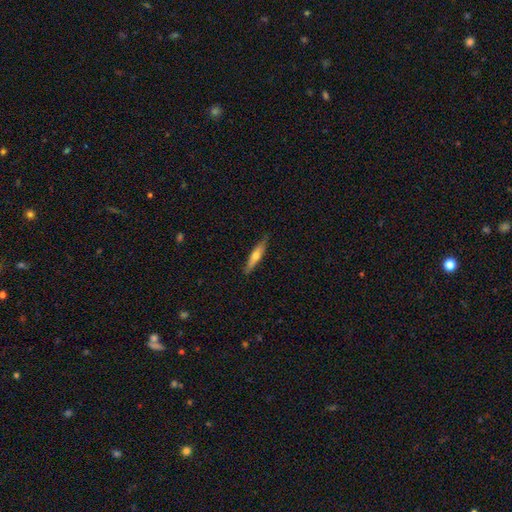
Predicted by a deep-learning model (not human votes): Smooth or featured: featured or disk — 49% (smooth — 46%)
Merging: none — 87% (minor disturbance — 10%)